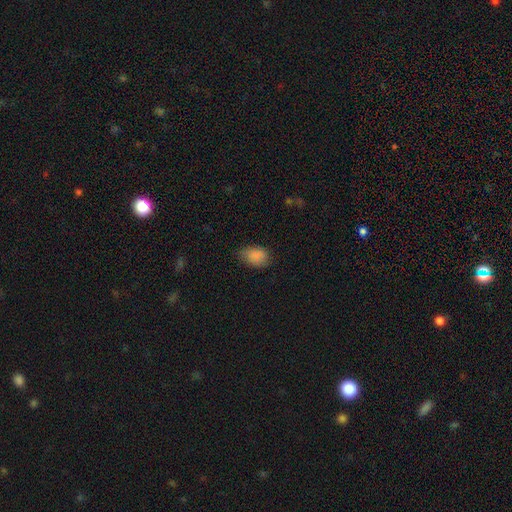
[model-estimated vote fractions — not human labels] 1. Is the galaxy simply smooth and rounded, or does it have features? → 85% smooth, 8% star or artifact, 7% featured or disk.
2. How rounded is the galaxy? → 83% in between, 16% round, 1% cigar-shaped.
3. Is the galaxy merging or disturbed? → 71% none, 23% minor disturbance, 5% major disturbance, 1% merger.